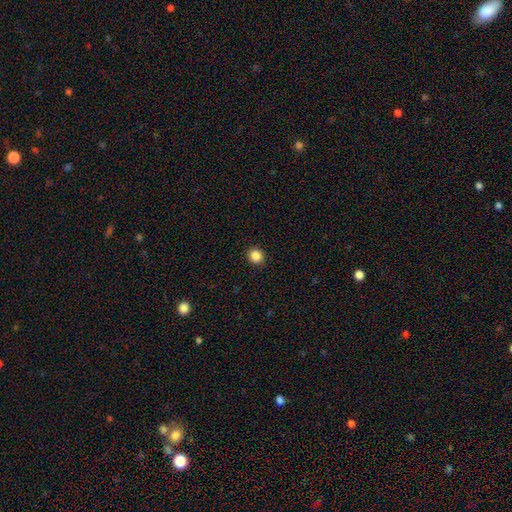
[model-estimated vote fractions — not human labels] Smooth or featured? Predicted: smooth (p=0.87). How rounded? Predicted: round (p=0.86). Merging? Predicted: none (p=0.92).